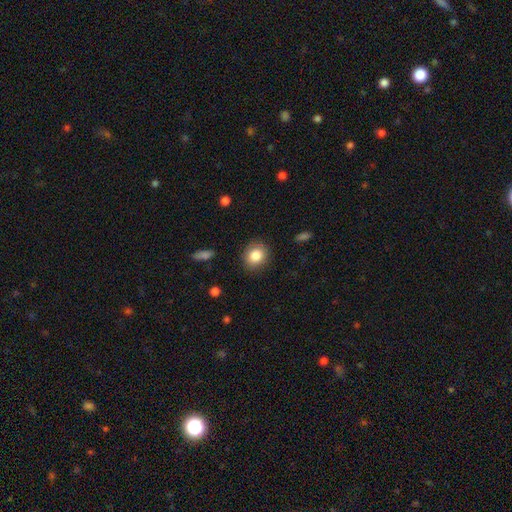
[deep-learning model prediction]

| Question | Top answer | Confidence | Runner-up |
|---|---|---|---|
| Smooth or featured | smooth | 84% | star or artifact (9%) |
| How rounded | round | 75% | in between (24%) |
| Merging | none | 88% | minor disturbance (9%) |